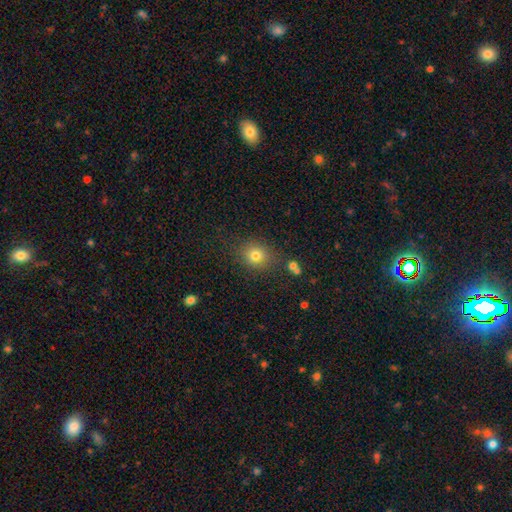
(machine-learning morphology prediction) Smooth or featured? Predicted: smooth (p=0.78). How rounded? Predicted: round (p=0.75). Merging? Predicted: none (p=0.80).